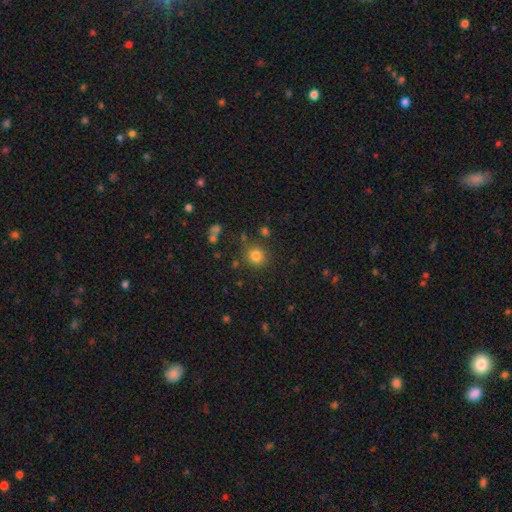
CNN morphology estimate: A smooth galaxy with no disk features (80%) that is round (88%).

Vote fractions:
- Smooth or featured? smooth: 80% / star or artifact: 13% / featured or disk: 6%
- How rounded? round: 88% / in between: 11% / cigar-shaped: 1%
- Merging? none: 83% / minor disturbance: 9% / merger: 4% / major disturbance: 4%